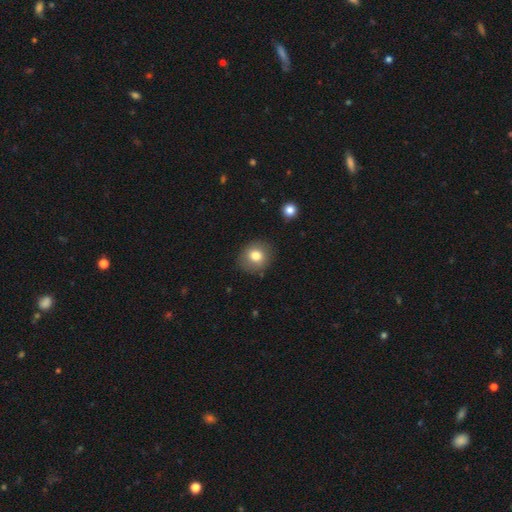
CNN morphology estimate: Smooth or featured?
  - smooth: 79% *
  - featured or disk: 11%
  - star or artifact: 10%
How rounded?
  - round: 80% *
  - in between: 19%
  - cigar-shaped: 1%
Merging?
  - none: 86% *
  - minor disturbance: 10%
  - major disturbance: 3%
  - merger: 2%